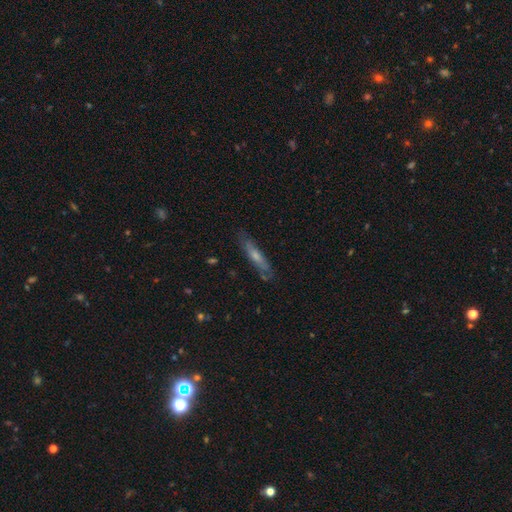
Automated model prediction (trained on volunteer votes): Smooth or featured?
  - smooth: 50% *
  - featured or disk: 43%
  - star or artifact: 7%
How rounded?
  - cigar-shaped: 83% *
  - in between: 16%
  - round: 2%
Merging?
  - none: 74% *
  - minor disturbance: 19%
  - major disturbance: 5%
  - merger: 2%